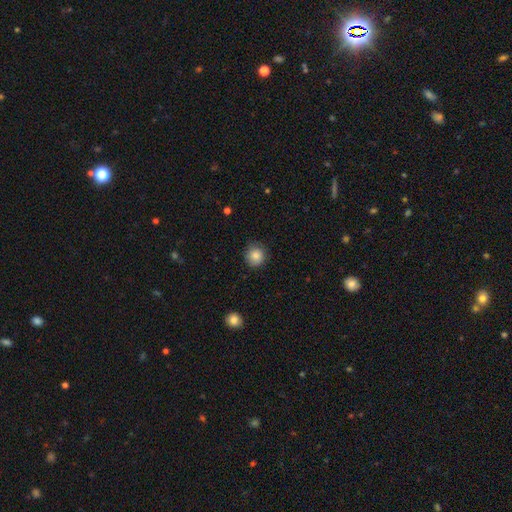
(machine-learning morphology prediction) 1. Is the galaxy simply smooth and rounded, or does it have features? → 85% smooth, 10% star or artifact, 6% featured or disk.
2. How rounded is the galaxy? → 91% round, 8% in between, 1% cigar-shaped.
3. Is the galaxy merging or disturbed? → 84% none, 12% minor disturbance, 3% major disturbance, 1% merger.